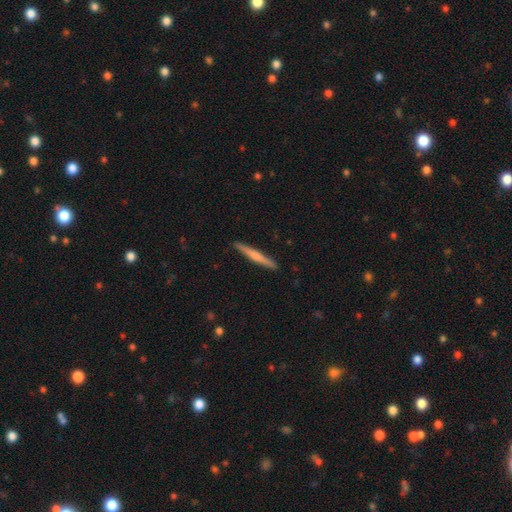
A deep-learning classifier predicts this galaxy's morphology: This is possibly a smooth galaxy (53%). How rounded: clearly cigar-shaped (96%). Merging: clearly none (92%).